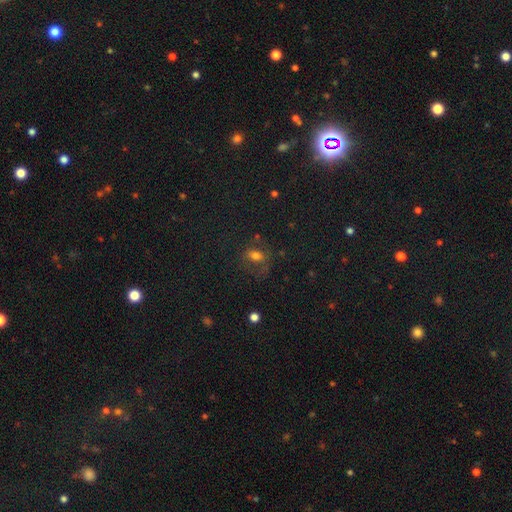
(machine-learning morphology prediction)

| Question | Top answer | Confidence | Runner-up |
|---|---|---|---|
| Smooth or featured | smooth | 62% | featured or disk (19%) |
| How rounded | in between | 65% | round (33%) |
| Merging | none | 54% | major disturbance (21%) |